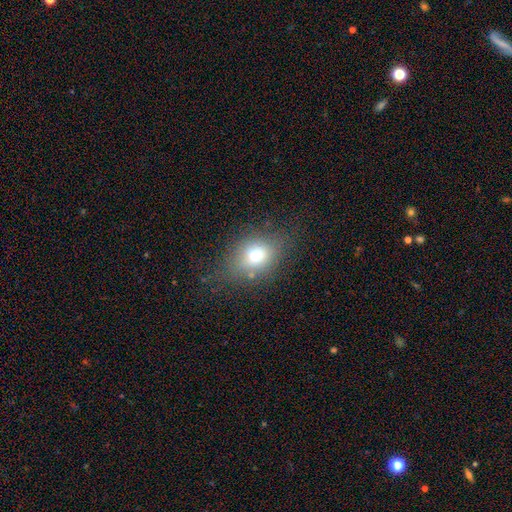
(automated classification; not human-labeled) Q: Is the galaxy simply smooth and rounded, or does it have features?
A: smooth — 68%.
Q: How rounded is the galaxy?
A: round — 50%.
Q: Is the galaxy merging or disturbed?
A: none — 69%.